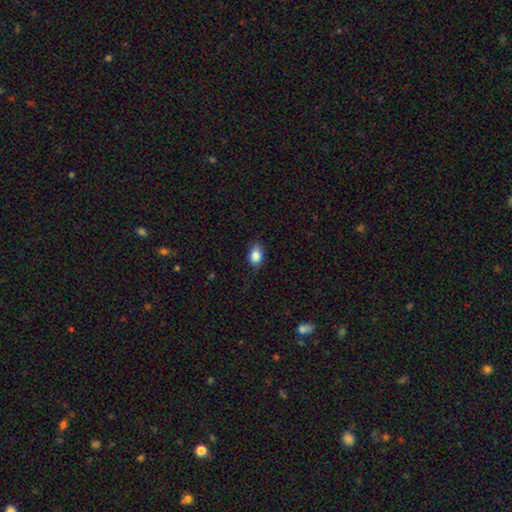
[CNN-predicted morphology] A smooth galaxy with no disk features (86%) that is in between round and cigar-shaped (78%). Merging: none (78%).